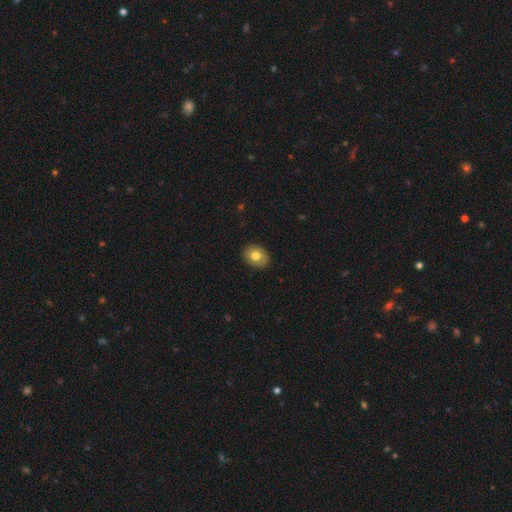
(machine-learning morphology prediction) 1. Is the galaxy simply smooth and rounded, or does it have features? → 77% smooth, 14% featured or disk, 9% star or artifact.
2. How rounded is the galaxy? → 63% in between, 36% round, 1% cigar-shaped.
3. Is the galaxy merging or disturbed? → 89% none, 8% minor disturbance, 2% major disturbance, 1% merger.